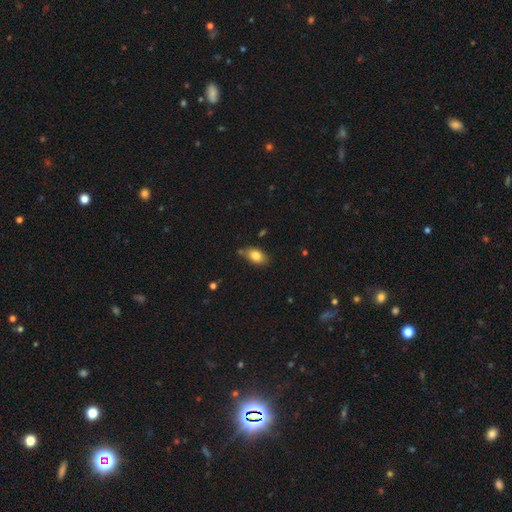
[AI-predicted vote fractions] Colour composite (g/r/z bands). It shows a smooth galaxy with no disk features (82%) that is in between round and cigar-shaped (87%). Merging: none (73%).